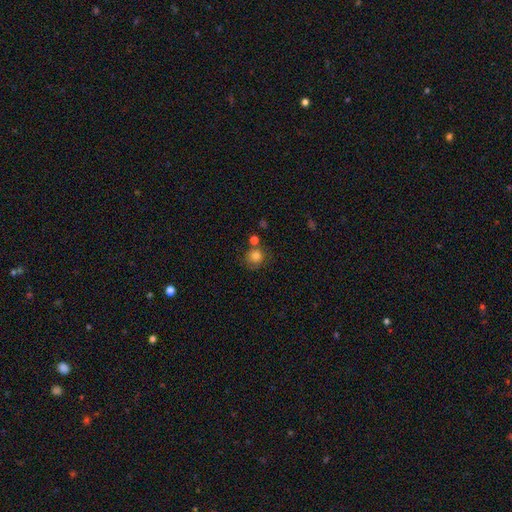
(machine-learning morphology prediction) The model was most divided on "merging": none: 67%, merger: 14%, minor disturbance: 14%, major disturbance: 5%. More confident: how rounded — round (89%); smooth or featured — smooth (81%).